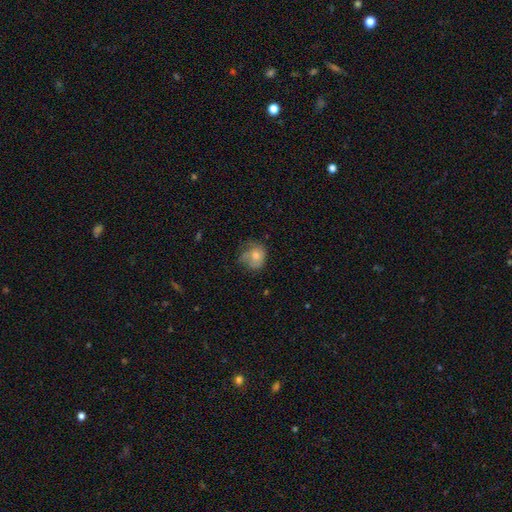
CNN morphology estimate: The model was most divided on "merging": none: 48%, minor disturbance: 30%, major disturbance: 20%, merger: 3%. More confident: how rounded — round (71%); smooth or featured — smooth (58%).